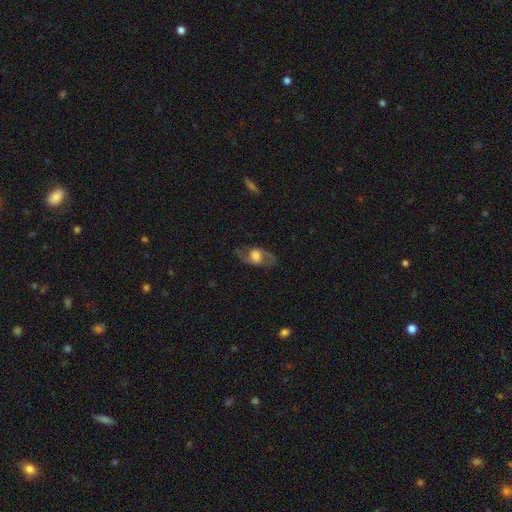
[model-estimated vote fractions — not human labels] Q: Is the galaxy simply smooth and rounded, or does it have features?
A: featured or disk — 63%.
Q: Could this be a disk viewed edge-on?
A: no — 85%.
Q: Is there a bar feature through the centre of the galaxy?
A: no — 61%.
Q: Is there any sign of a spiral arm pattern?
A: yes — 70%.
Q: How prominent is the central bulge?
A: large — 53%.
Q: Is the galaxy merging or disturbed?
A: none — 74%.